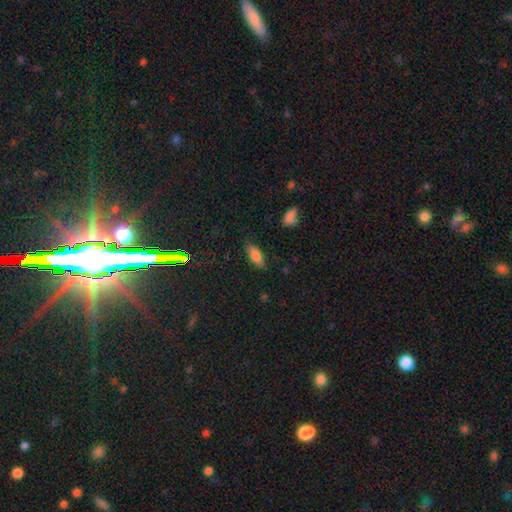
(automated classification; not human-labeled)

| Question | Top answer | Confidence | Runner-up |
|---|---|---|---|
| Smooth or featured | smooth | 79% | featured or disk (12%) |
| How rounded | in between | 78% | cigar-shaped (20%) |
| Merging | none | 82% | minor disturbance (14%) |